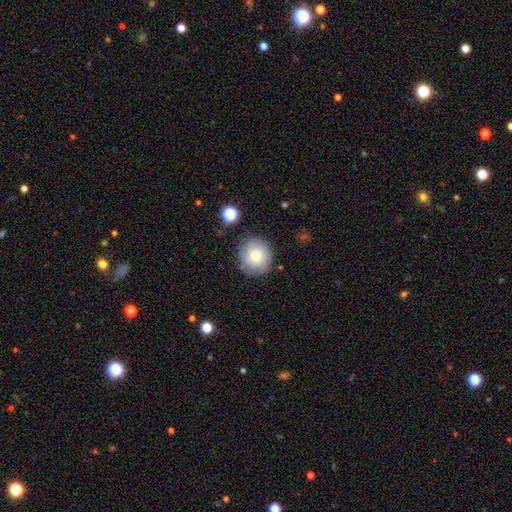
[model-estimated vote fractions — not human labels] A smooth galaxy with no disk features (72%) that is round (92%). Merging: none (84%).